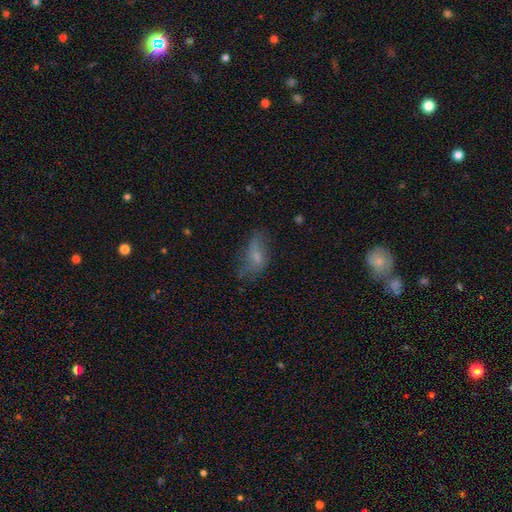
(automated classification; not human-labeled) This is possibly a smooth galaxy (55%). How rounded: clearly in between (84%). Merging: marginally none (44%).